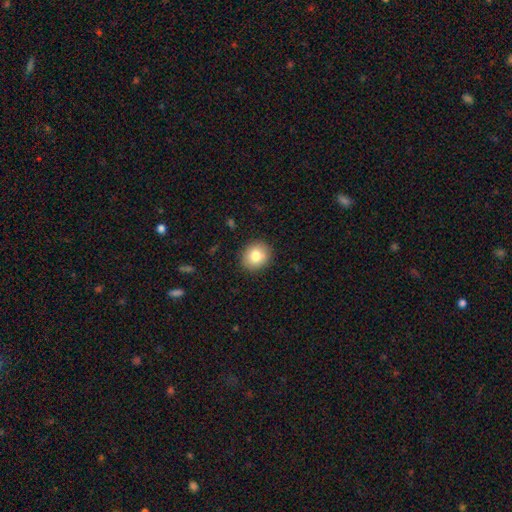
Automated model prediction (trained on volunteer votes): A smooth galaxy with no disk features (81%) that is round (72%). Merging: none (90%).